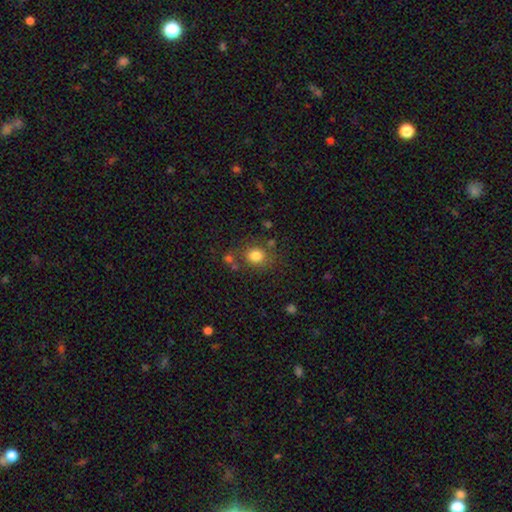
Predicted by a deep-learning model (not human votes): Overall: smooth (81%). How rounded: round (77%). Merging: none (74%).